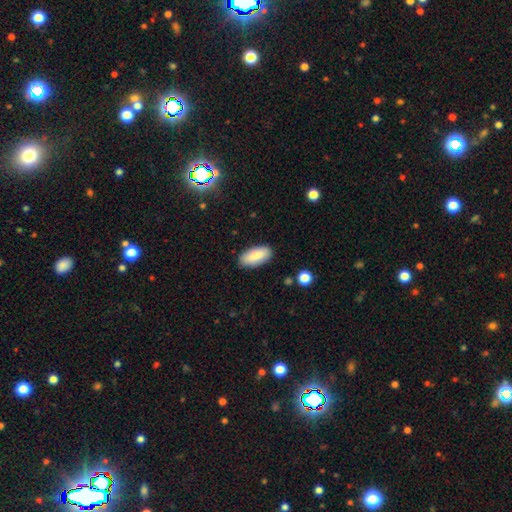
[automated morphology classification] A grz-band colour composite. It shows a smooth galaxy with no disk features (85%) that is in between round and cigar-shaped (91%). Merging: none (87%).